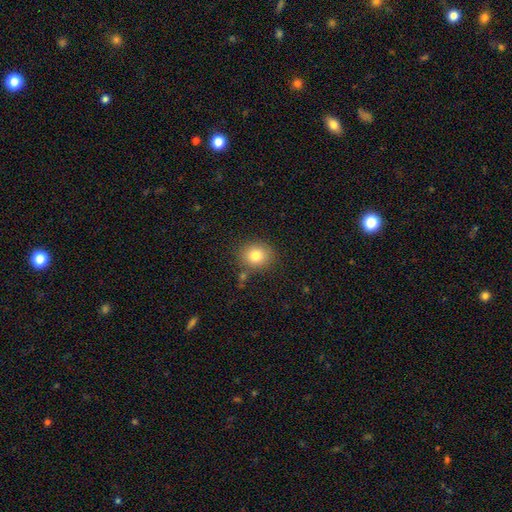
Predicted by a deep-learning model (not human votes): Smooth or featured?
  - smooth: 81% *
  - star or artifact: 11%
  - featured or disk: 9%
How rounded?
  - round: 73% *
  - in between: 26%
  - cigar-shaped: 1%
Merging?
  - none: 81% *
  - minor disturbance: 11%
  - merger: 5%
  - major disturbance: 3%